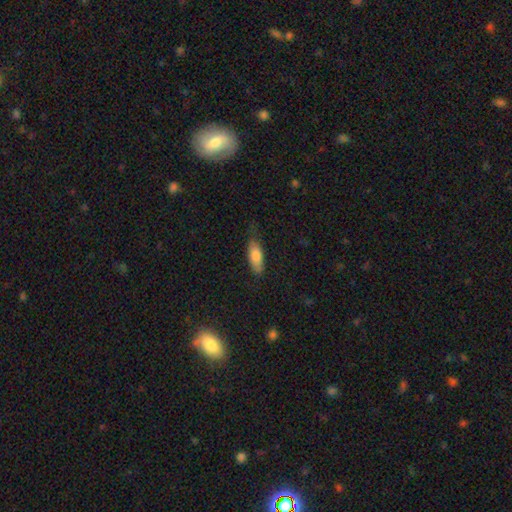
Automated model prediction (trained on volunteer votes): smooth_or_featured: smooth (p=0.77) [alt: featured or disk p=0.17]
how_rounded: in between (p=0.70) [alt: cigar-shaped p=0.28]
merging: none (p=0.69) [alt: minor disturbance p=0.24]